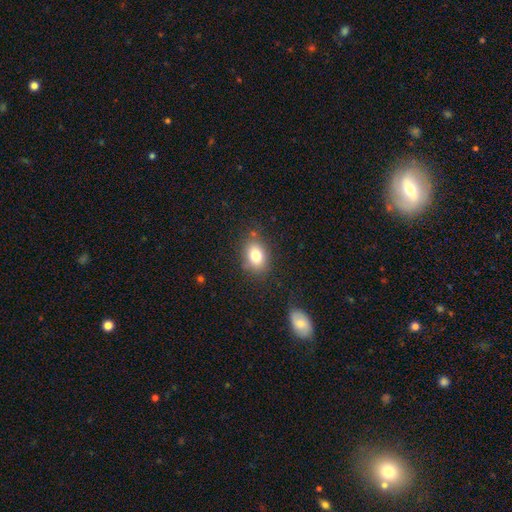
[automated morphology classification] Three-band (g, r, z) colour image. It shows a smooth galaxy with no disk features (80%) that is in between round and cigar-shaped (69%). Merging: none (79%).